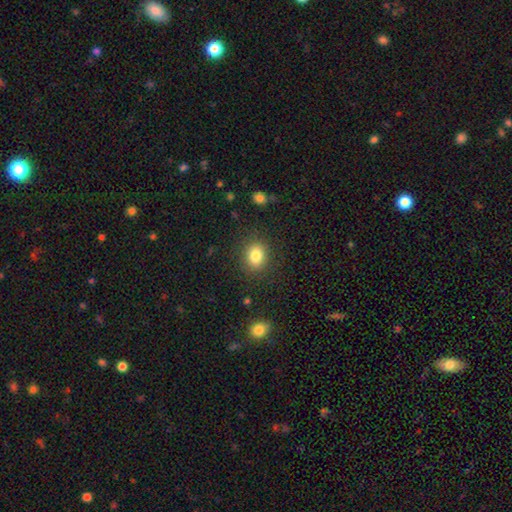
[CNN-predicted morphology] The model was most divided on "how rounded": round: 56%, in between: 43%, cigar-shaped: 1%. More confident: merging — none (86%); smooth or featured — smooth (83%).